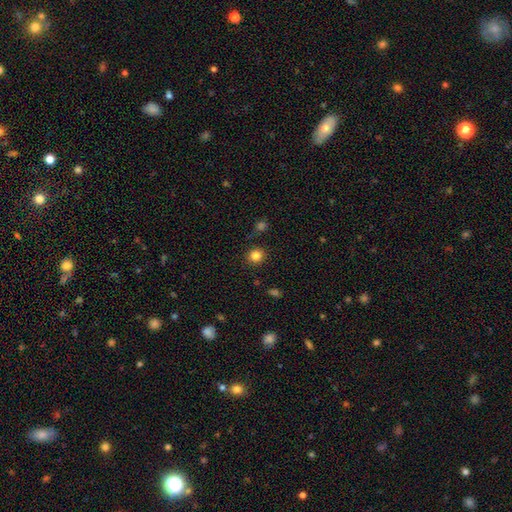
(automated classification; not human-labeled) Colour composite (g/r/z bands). It shows a smooth galaxy with no disk features (83%) that is round (89%). Merging: none (87%).